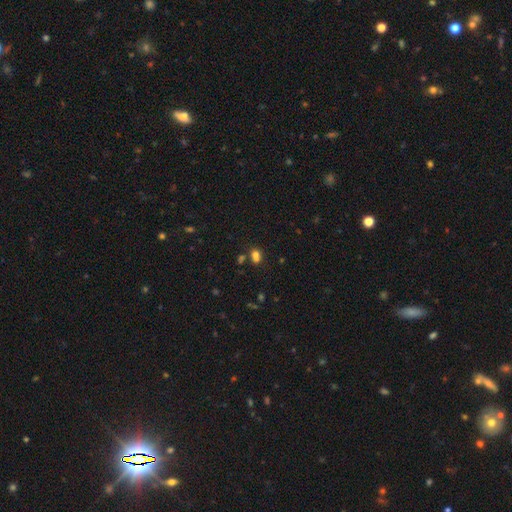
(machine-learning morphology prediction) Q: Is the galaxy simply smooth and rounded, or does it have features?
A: smooth — 72%.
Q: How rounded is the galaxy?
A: in between — 62%.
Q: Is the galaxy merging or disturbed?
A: none — 54%.